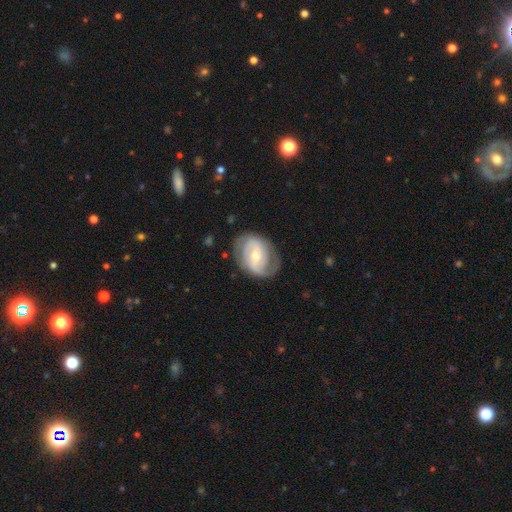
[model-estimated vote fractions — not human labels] Smooth or featured?
  - featured or disk: 79% *
  - smooth: 16%
  - star or artifact: 5%
Edge-on disk?
  - no: 97% *
  - yes: 3%
Bar?
  - weak: 48% *
  - no: 27%
  - strong: 25%
Spiral arms?
  - yes: 90% *
  - no: 10%
Spiral winding?
  - medium: 45% *
  - tight: 29%
  - loose: 26%
Spiral arm count?
  - 2: 75% *
  - can't tell: 12%
  - 3: 6%
  - 1: 4%
  - 4: 2%
  - more than 4: 2%
Bulge size?
  - moderate: 55% *
  - small: 41%
  - large: 3%
  - none: 1%
  - dominant: 1%
Merging?
  - none: 73% *
  - minor disturbance: 18%
  - major disturbance: 8%
  - merger: 1%